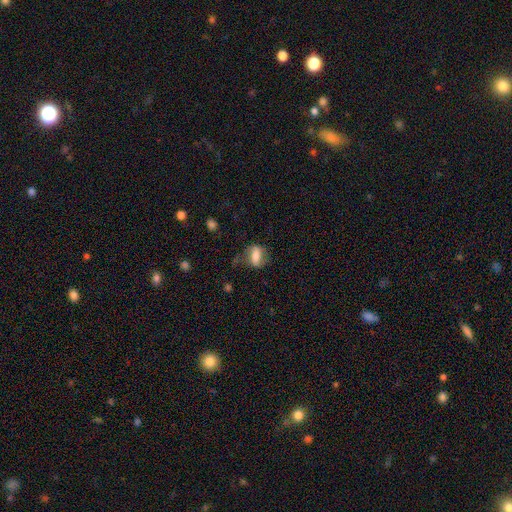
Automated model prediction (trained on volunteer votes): smooth_or_featured: smooth (p=0.51) [alt: featured or disk p=0.41]
how_rounded: in between (p=0.72) [alt: round p=0.18]
merging: none (p=0.60) [alt: minor disturbance p=0.23]